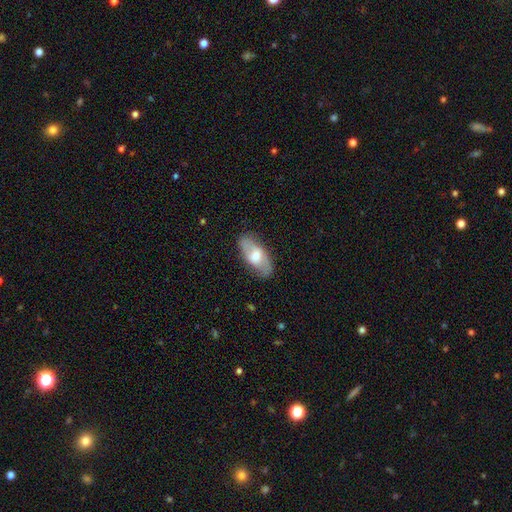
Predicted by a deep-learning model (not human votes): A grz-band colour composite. It shows a featured or disk galaxy (50%). Merging: none (79%).